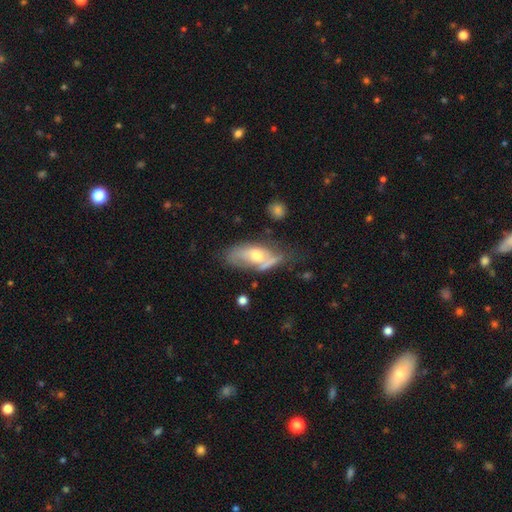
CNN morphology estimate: A featured or disk galaxy (55%). Merging: none (39%).